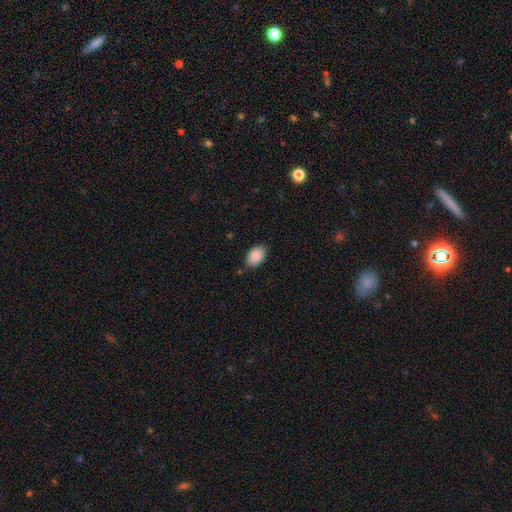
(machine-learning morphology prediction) type=smooth (90%); roundness=in between (92%); merging=none (83%).